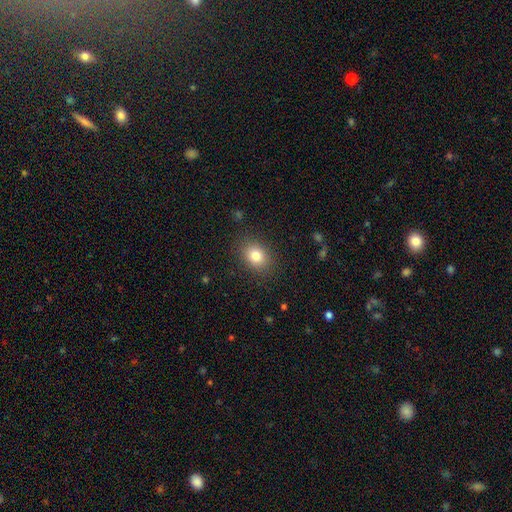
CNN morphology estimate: Smooth or featured? Predicted: smooth (p=0.82). How rounded? Predicted: in between (p=0.57). Merging? Predicted: none (p=0.86).